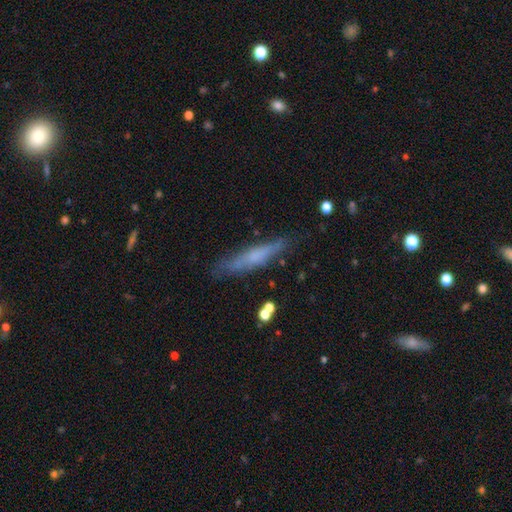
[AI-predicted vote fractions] This appears to be a smooth galaxy with no disk features (52%) that is cigar-shaped (88%). Merging: none (76%).